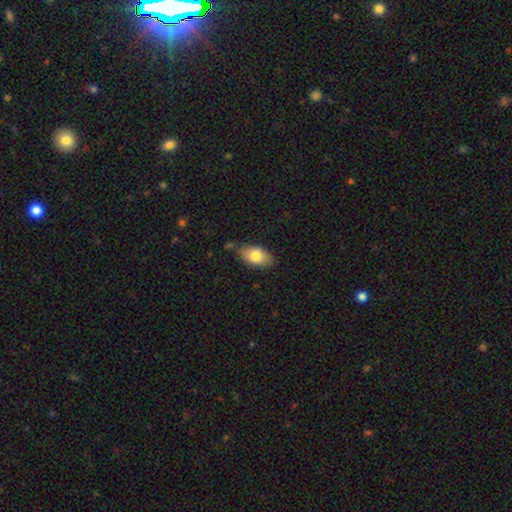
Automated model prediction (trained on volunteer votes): The model was most divided on "merging": none: 76%, minor disturbance: 17%, merger: 3%, major disturbance: 3%. More confident: how rounded — in between (92%); smooth or featured — smooth (80%).